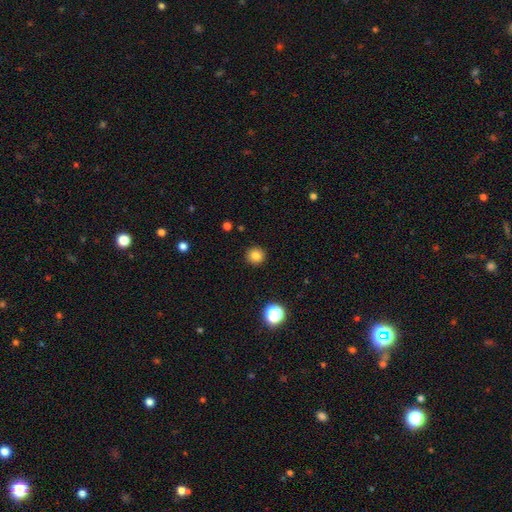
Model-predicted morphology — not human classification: Smooth or featured?
  - smooth: 82% *
  - star or artifact: 12%
  - featured or disk: 6%
How rounded?
  - round: 94% *
  - in between: 5%
  - cigar-shaped: 1%
Merging?
  - none: 92% *
  - minor disturbance: 5%
  - major disturbance: 2%
  - merger: 1%